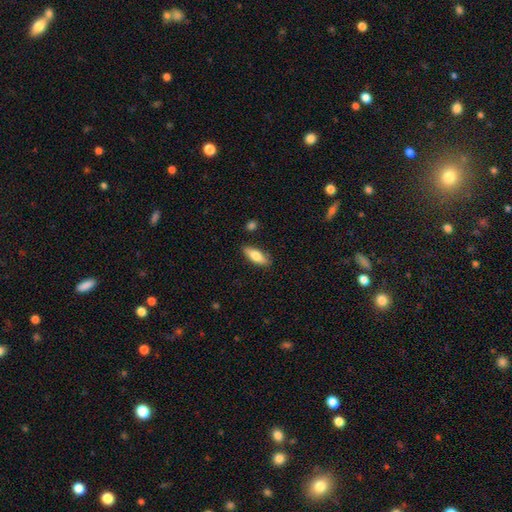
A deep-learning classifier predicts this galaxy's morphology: smooth_or_featured: smooth (p=0.75) [alt: featured or disk p=0.19]
how_rounded: in between (p=0.68) [alt: cigar-shaped p=0.30]
merging: none (p=0.85) [alt: minor disturbance p=0.11]